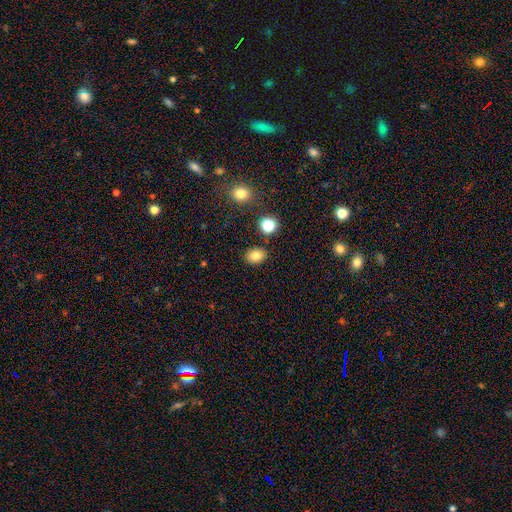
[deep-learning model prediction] Q: Smooth or featured?
A: smooth (81%); runner-up: star or artifact (12%)
Q: How rounded?
A: in between (63%); runner-up: round (36%)
Q: Merging?
A: none (86%); runner-up: minor disturbance (9%)